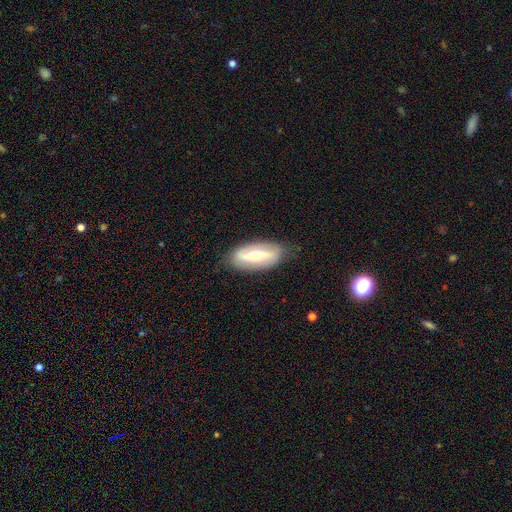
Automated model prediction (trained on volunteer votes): A featured or disk galaxy (68%) with a strong bar (56%), spiral arms (71%) and a moderate central bulge (63%). Merging: none (82%).